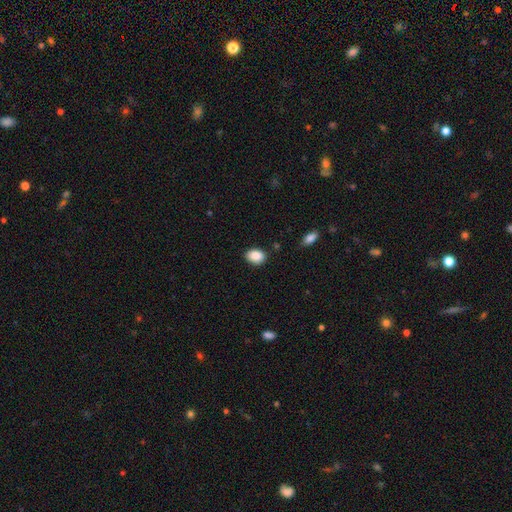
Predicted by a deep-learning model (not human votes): A smooth galaxy with no disk features (88%) that is in between round and cigar-shaped (72%). Merging: none (85%).